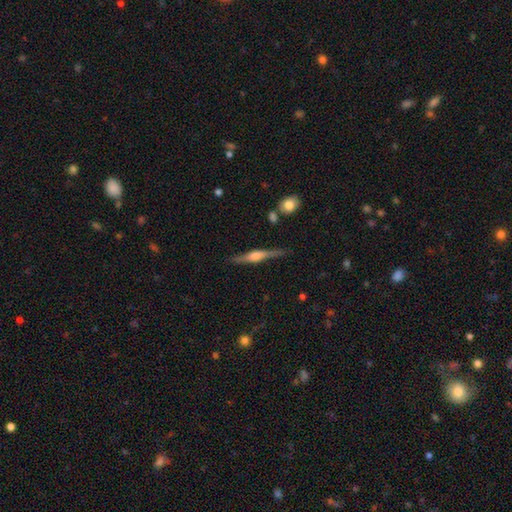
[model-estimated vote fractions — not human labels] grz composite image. It shows a featured or disk galaxy (77%) viewed edge-on (98%) with a rounded central bulge (83%). Merging: none (85%).